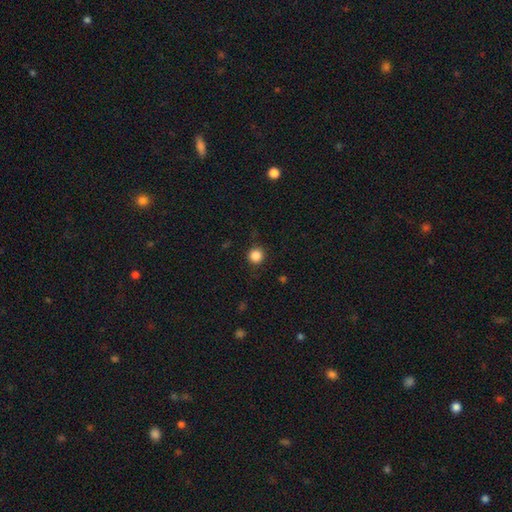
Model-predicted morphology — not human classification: Overall: smooth (85%). How rounded: round (94%). Merging: none (89%).